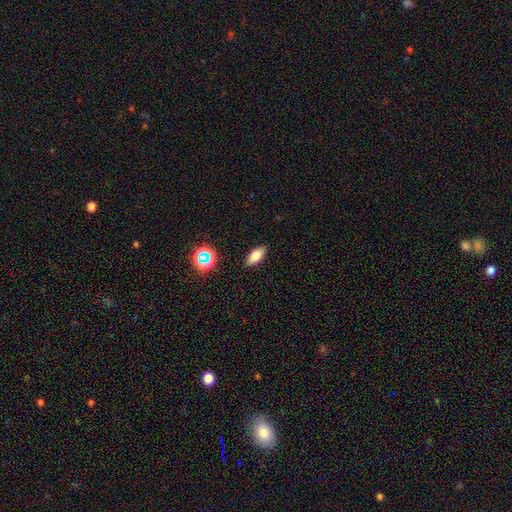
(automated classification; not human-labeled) Smooth or featured? smooth (73%)
How rounded? in between (83%)
Merging? none (88%)